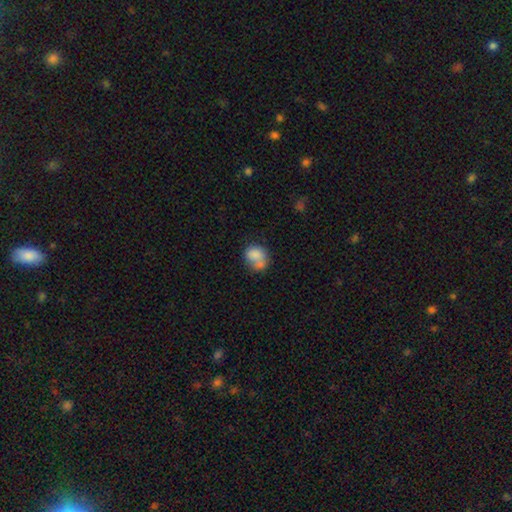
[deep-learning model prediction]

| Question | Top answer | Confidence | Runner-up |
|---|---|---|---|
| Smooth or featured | smooth | 77% | featured or disk (15%) |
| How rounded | round | 54% | in between (45%) |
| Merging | none | 36% | merger (35%) |